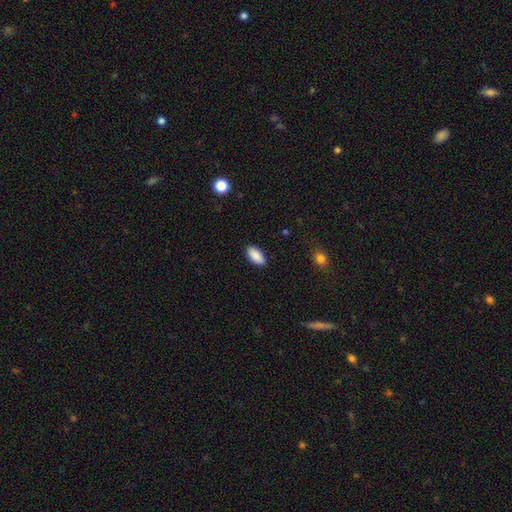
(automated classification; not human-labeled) smooth-or-featured: smooth: 89% | star or artifact: 6% | featured or disk: 4%
  how-rounded: in between: 91% | cigar-shaped: 7% | round: 2%
  merging: none: 88% | minor disturbance: 9% | major disturbance: 2% | merger: 1%